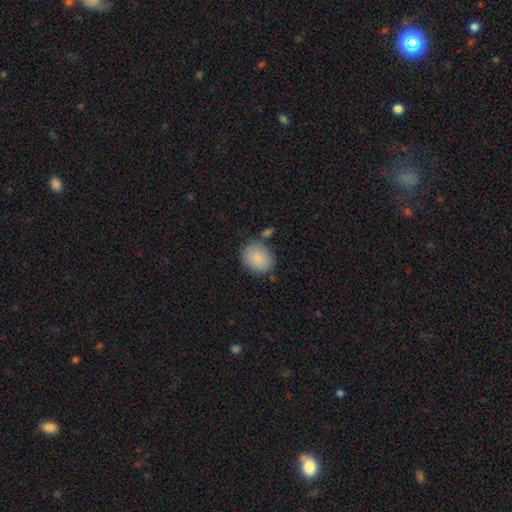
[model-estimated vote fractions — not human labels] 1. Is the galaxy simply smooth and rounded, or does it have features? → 87% smooth, 7% featured or disk, 6% star or artifact.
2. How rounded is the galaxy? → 58% round, 41% in between, 1% cigar-shaped.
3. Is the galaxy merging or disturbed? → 73% none, 16% minor disturbance, 7% merger, 4% major disturbance.